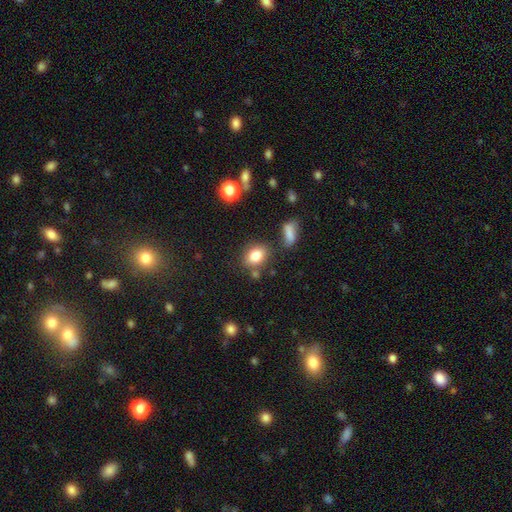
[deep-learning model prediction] smooth 81%, star or artifact 10%, featured or disk 8%. Down the decision tree: how rounded — in between (66%); merging — none (72%).